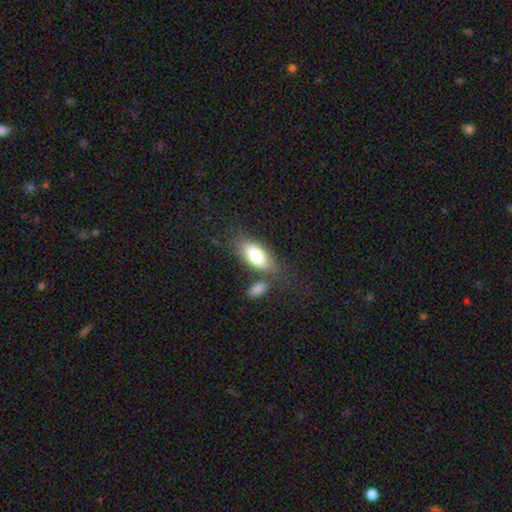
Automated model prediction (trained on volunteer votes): Overall: smooth (77%). How rounded: in between (86%). Merging: none (61%).